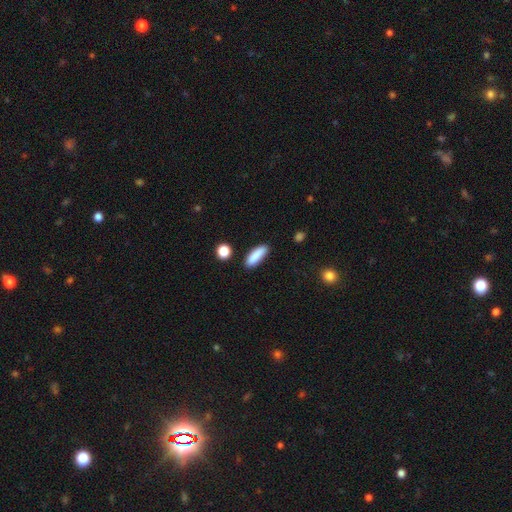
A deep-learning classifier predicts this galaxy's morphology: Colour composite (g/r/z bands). It shows a smooth galaxy with no disk features (88%) that is in between round and cigar-shaped (49%). Merging: none (84%).